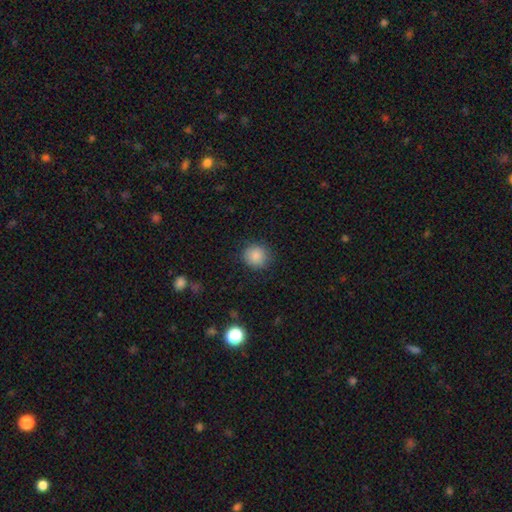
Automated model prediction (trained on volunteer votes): smooth_or_featured: smooth (p=0.86) [alt: star or artifact p=0.10]
how_rounded: round (p=0.91) [alt: in between p=0.08]
merging: none (p=0.88) [alt: minor disturbance p=0.09]